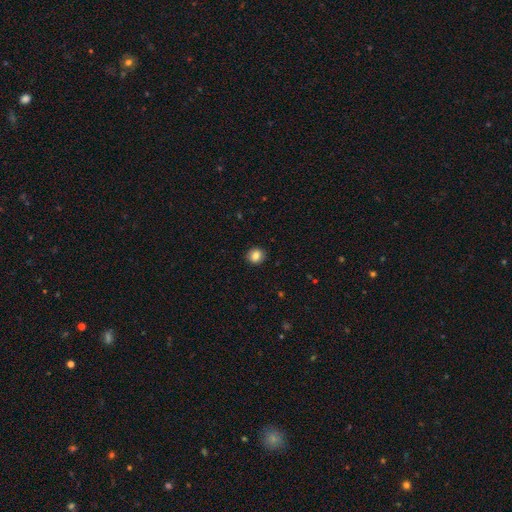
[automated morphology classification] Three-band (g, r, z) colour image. It shows a smooth galaxy with no disk features (84%) that is round (85%). Merging: none (91%).